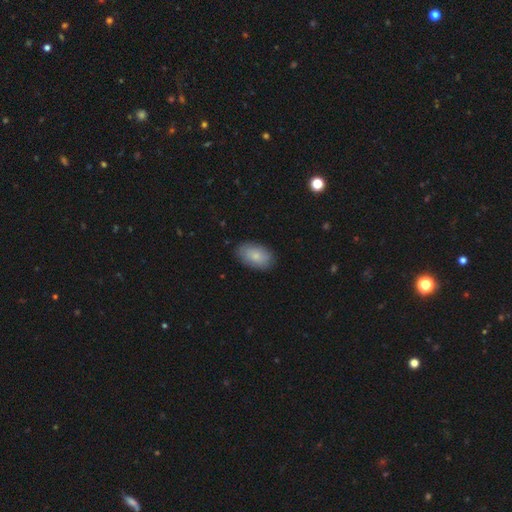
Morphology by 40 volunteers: Smooth or featured? 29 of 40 (72%) said smooth. How rounded? 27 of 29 (93%) said in between. Merging? 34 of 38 (89%) said none.